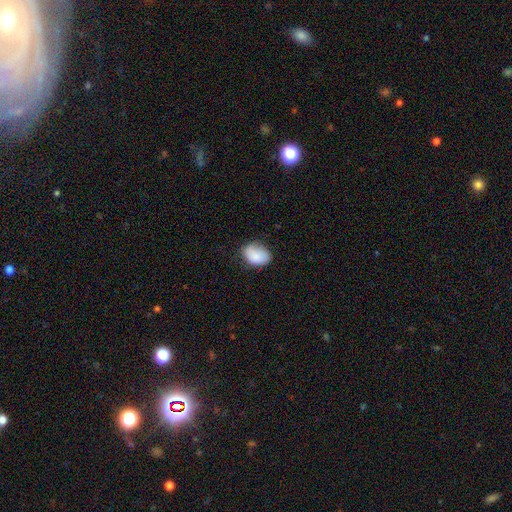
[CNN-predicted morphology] Smooth or featured?
  - smooth: 86% *
  - star or artifact: 7%
  - featured or disk: 7%
How rounded?
  - in between: 81% *
  - round: 18%
  - cigar-shaped: 1%
Merging?
  - none: 67% *
  - minor disturbance: 26%
  - major disturbance: 6%
  - merger: 1%